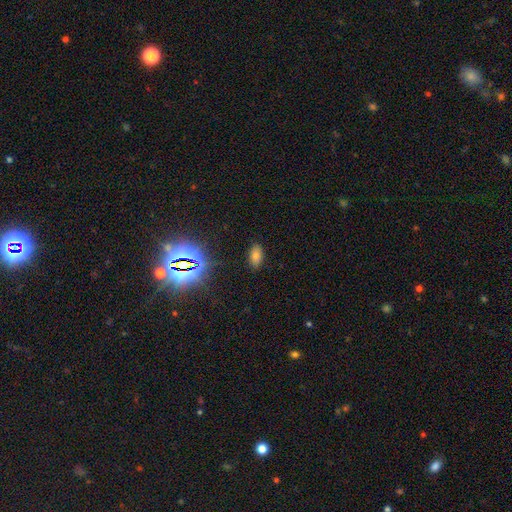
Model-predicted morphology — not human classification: This is possibly a smooth galaxy (60%). How rounded: clearly in between (90%). Merging: clearly none (86%).